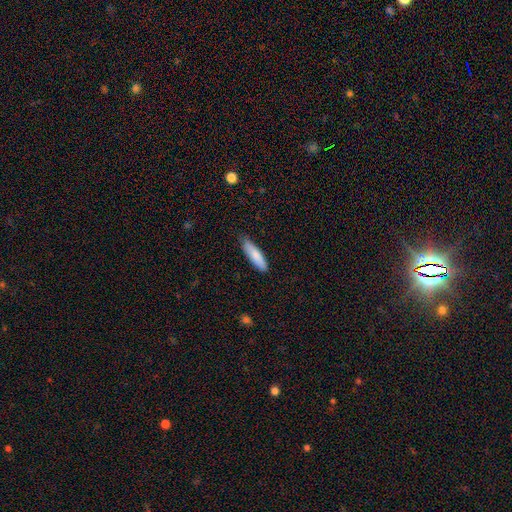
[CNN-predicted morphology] smooth-or-featured: smooth: 83% | featured or disk: 12% | star or artifact: 6%
  how-rounded: cigar-shaped: 66% | in between: 33% | round: 1%
  merging: none: 82% | minor disturbance: 15% | major disturbance: 2% | merger: 1%